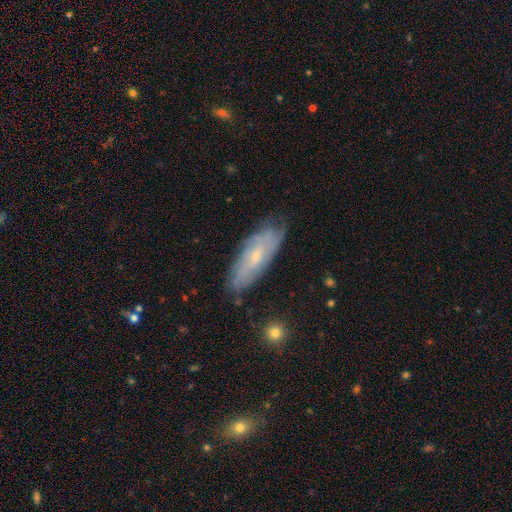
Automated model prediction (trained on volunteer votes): Smooth or featured: featured or disk — 62% (smooth — 31%)
Edge-on disk: no — 81% (yes — 19%)
Bar: no — 62% (weak — 33%)
Spiral arms: yes — 81% (no — 19%)
Bulge size: small — 61% (moderate — 33%)
Merging: none — 73% (minor disturbance — 21%)